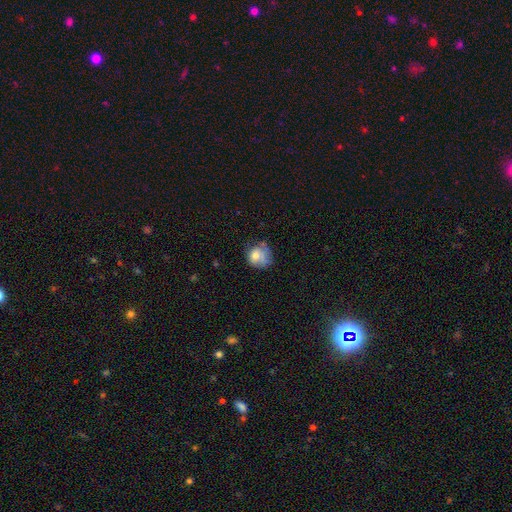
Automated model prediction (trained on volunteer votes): smooth 67%, featured or disk 24%, star or artifact 9%. Down the decision tree: how rounded — round (75%); merging — none (44%).